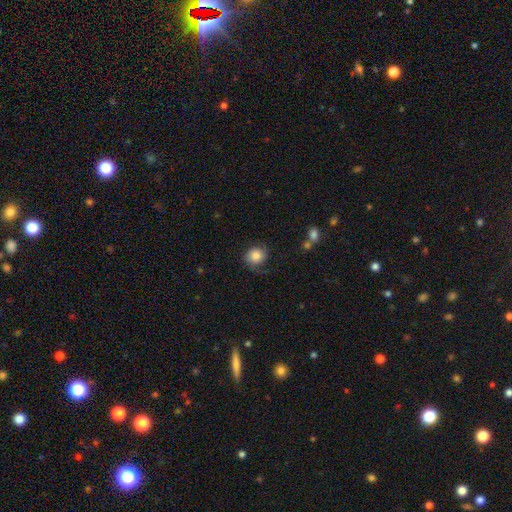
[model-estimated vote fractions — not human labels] Smooth or featured?
  - smooth: 72% *
  - featured or disk: 19%
  - star or artifact: 9%
How rounded?
  - round: 77% *
  - in between: 22%
  - cigar-shaped: 1%
Merging?
  - none: 64% *
  - minor disturbance: 23%
  - major disturbance: 12%
  - merger: 2%